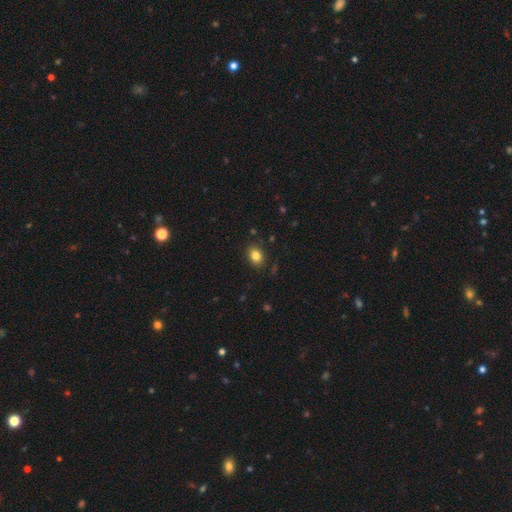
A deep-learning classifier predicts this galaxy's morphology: Smooth or featured? Predicted: smooth (p=0.83). How rounded? Predicted: in between (p=0.68). Merging? Predicted: none (p=0.86).